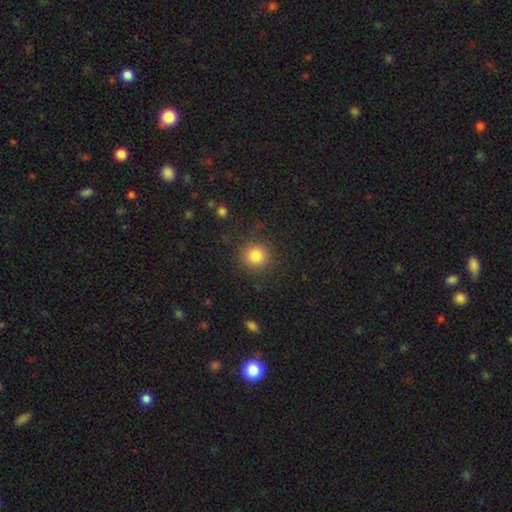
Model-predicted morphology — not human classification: Smooth or featured?
  - smooth: 84% *
  - star or artifact: 11%
  - featured or disk: 6%
How rounded?
  - round: 92% *
  - in between: 7%
  - cigar-shaped: 1%
Merging?
  - none: 86% *
  - minor disturbance: 8%
  - major disturbance: 4%
  - merger: 2%